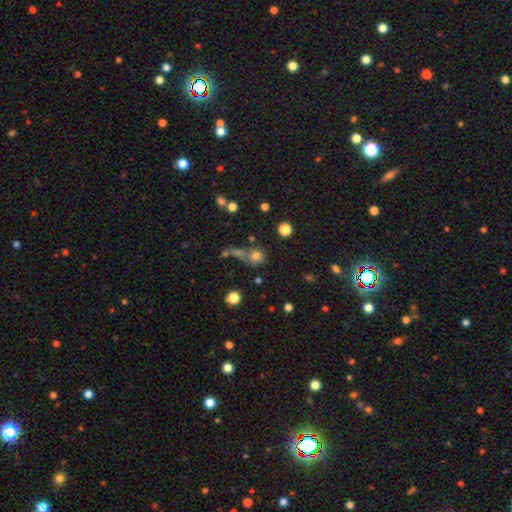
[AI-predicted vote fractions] Q: Smooth or featured?
A: smooth (73%); runner-up: star or artifact (16%)
Q: How rounded?
A: round (84%); runner-up: in between (13%)
Q: Merging?
A: none (50%); runner-up: merger (29%)